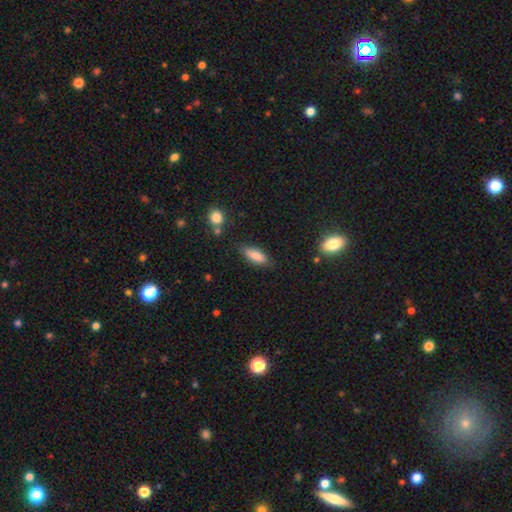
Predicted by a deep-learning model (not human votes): Smooth or featured?
  - smooth: 83% *
  - featured or disk: 10%
  - star or artifact: 7%
How rounded?
  - in between: 66% *
  - cigar-shaped: 32%
  - round: 2%
Merging?
  - none: 79% *
  - minor disturbance: 15%
  - major disturbance: 3%
  - merger: 3%